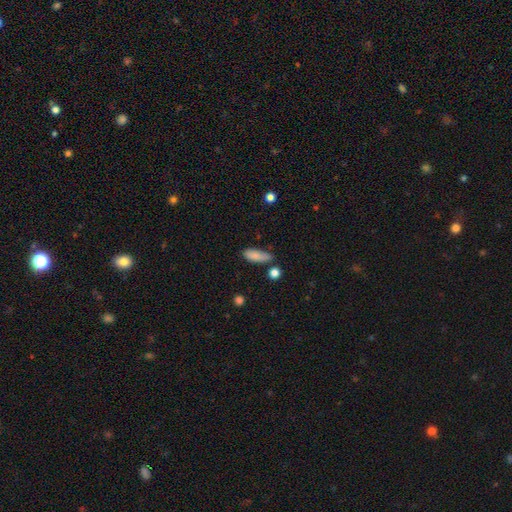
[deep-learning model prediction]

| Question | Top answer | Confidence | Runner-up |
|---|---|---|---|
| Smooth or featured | smooth | 85% | star or artifact (8%) |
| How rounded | in between | 68% | cigar-shaped (29%) |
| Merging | none | 62% | minor disturbance (27%) |